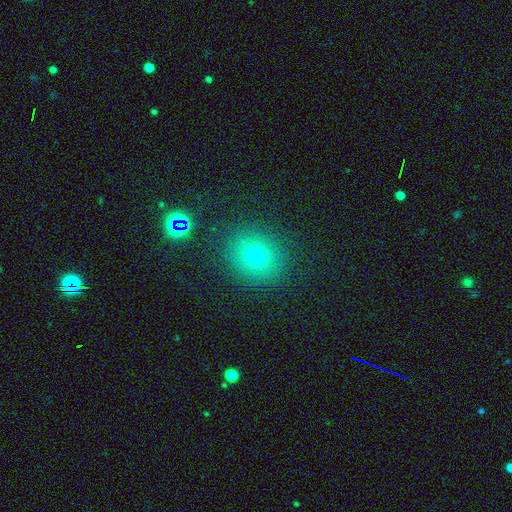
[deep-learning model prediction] Overall: smooth (70%). How rounded: round (74%). Merging: none (86%).